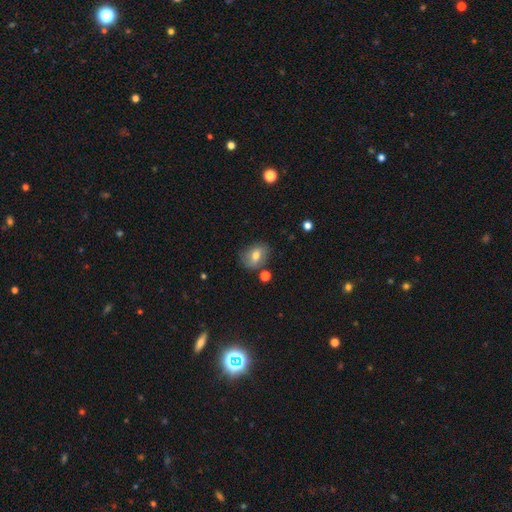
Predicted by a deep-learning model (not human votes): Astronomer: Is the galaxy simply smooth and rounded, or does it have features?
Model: smooth — 56% (runner-up: featured or disk, 34%).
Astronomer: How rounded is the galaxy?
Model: in between — 64%.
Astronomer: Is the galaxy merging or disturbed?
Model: none — 68%.